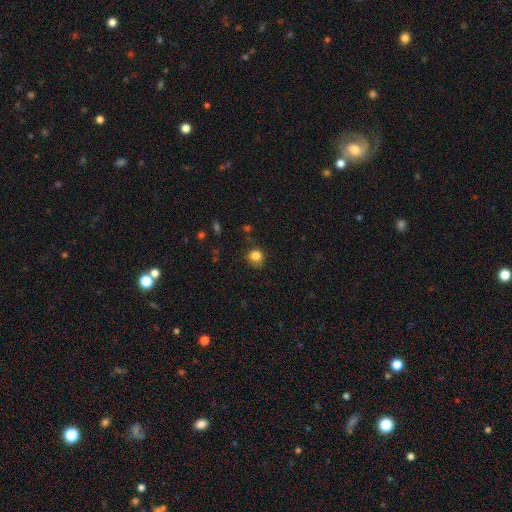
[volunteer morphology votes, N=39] smooth-or-featured: smooth: 82% | star or artifact: 10% | featured or disk: 8%
  how-rounded: round: 66% | in between: 34% | cigar-shaped: 0%
  merging: none: 60% | minor disturbance: 37% | major disturbance: 3% | merger: 0%